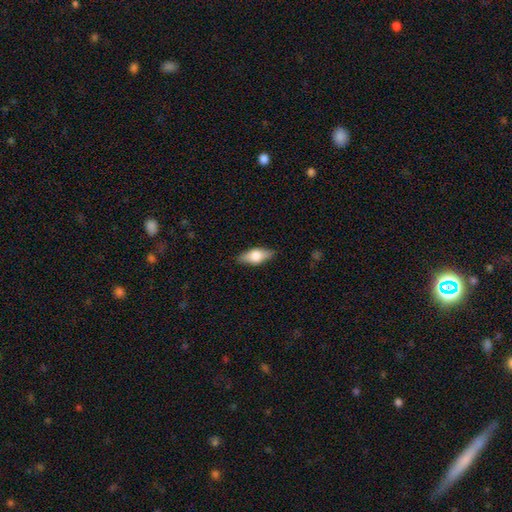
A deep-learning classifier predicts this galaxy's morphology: Smooth or featured? smooth (64%)
How rounded? in between (79%)
Merging? none (85%)